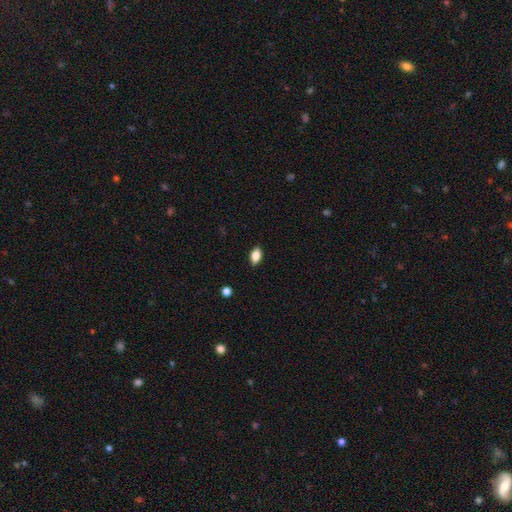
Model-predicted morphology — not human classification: type=smooth (82%); roundness=in between (88%); merging=none (87%).